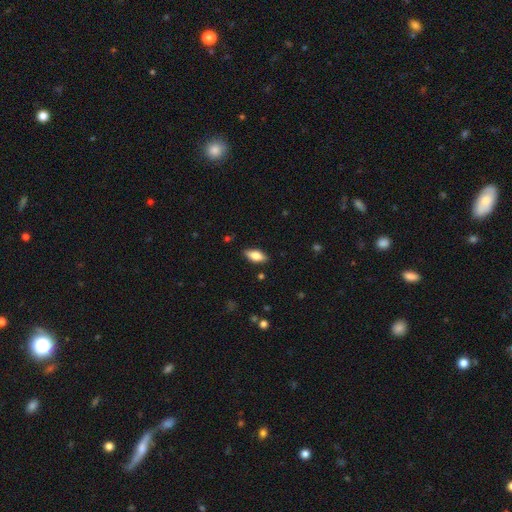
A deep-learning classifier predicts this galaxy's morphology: smooth 75%, featured or disk 19%, star or artifact 7%. Down the decision tree: how rounded — in between (84%); merging — none (86%).